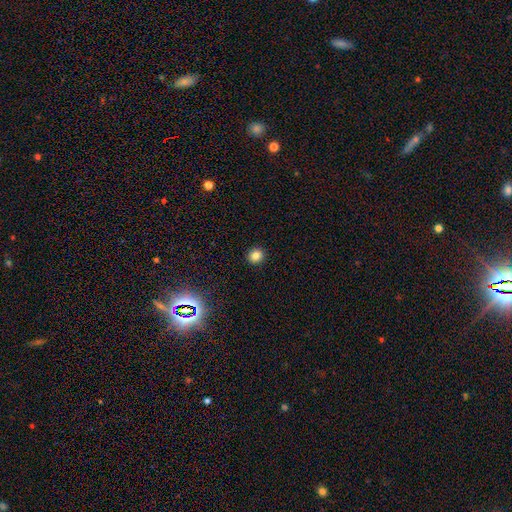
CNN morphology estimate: Q: Smooth or featured?
A: smooth (83%); runner-up: star or artifact (13%)
Q: How rounded?
A: round (87%); runner-up: in between (12%)
Q: Merging?
A: none (92%); runner-up: minor disturbance (5%)